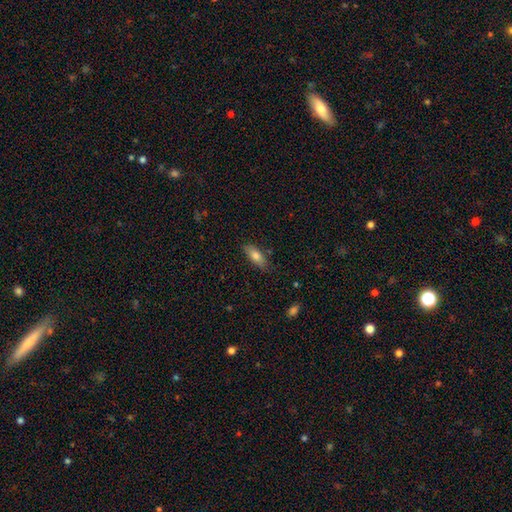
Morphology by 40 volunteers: A smooth galaxy with no disk features (80%) that is in between round and cigar-shaped (62%).

Vote fractions:
- Smooth or featured? smooth: 80% / featured or disk: 15% / star or artifact: 5%
- How rounded? in between: 62% / cigar-shaped: 34% / round: 3%
- Merging? none: 92% / minor disturbance: 8% / major disturbance: 0% / merger: 0%